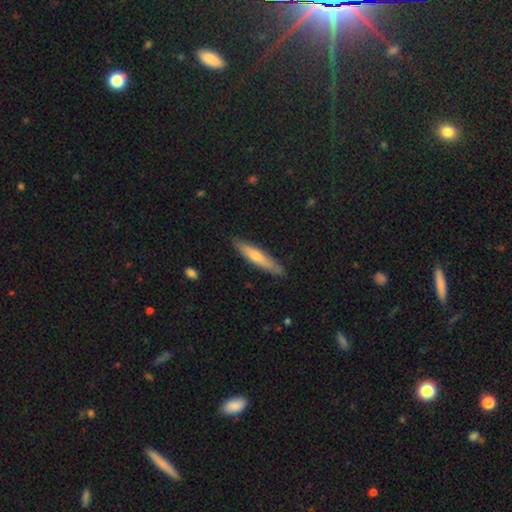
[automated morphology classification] The model was most divided on "smooth or featured": smooth: 50%, featured or disk: 42%, star or artifact: 8%. More confident: how rounded — cigar-shaped (90%); merging — none (87%).